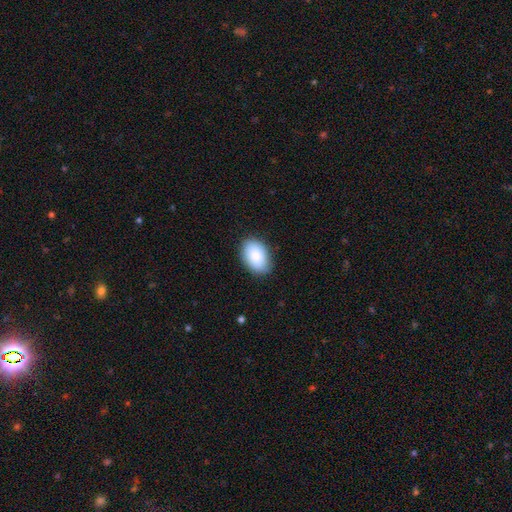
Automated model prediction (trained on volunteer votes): The model was most divided on "merging": none: 85%, minor disturbance: 12%, major disturbance: 2%, merger: 1%. More confident: how rounded — in between (89%); smooth or featured — smooth (88%).